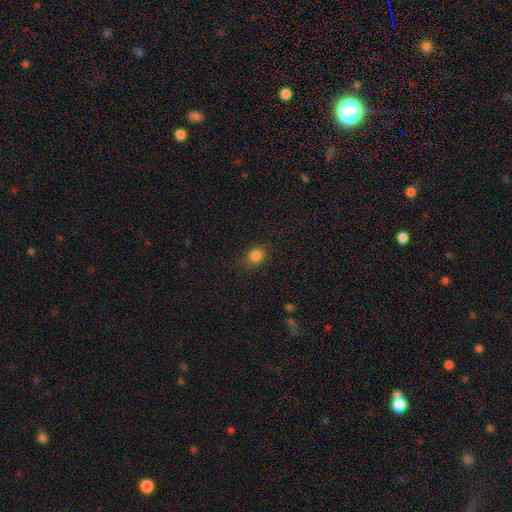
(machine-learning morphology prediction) Smooth or featured? Predicted: smooth (p=0.84). How rounded? Predicted: round (p=0.52). Merging? Predicted: none (p=0.85).